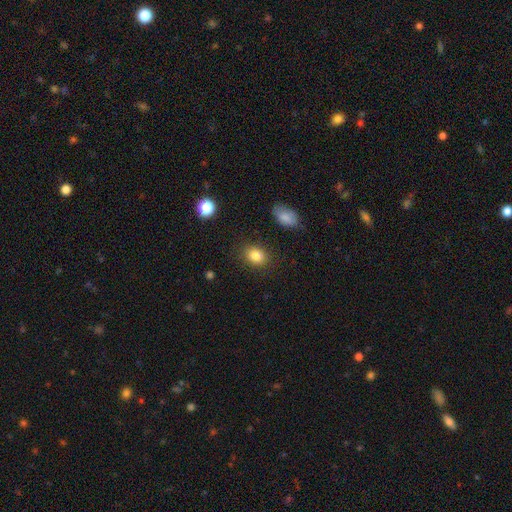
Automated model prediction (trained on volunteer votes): Smooth or featured? Predicted: smooth (p=0.84). How rounded? Predicted: in between (p=0.64). Merging? Predicted: none (p=0.84).